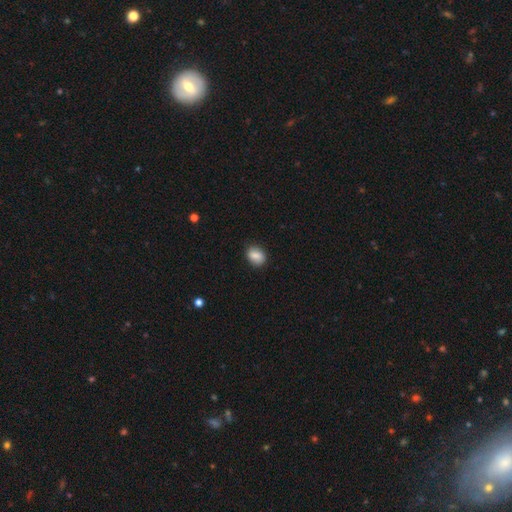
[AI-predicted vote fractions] A smooth galaxy with no disk features (84%) that is in between round and cigar-shaped (57%). Merging: none (85%).